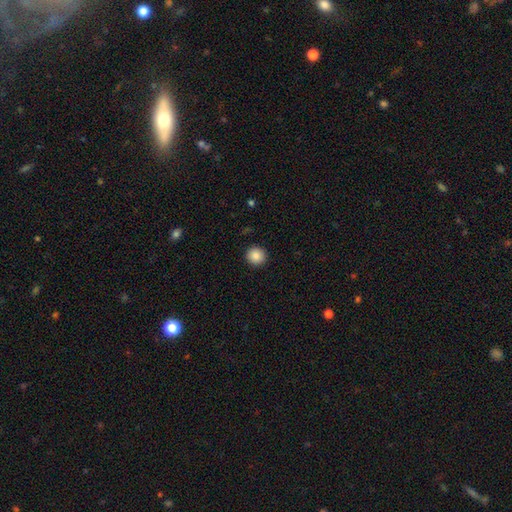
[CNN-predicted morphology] Smooth or featured: smooth — 87% (star or artifact — 9%)
How rounded: round — 93% (in between — 6%)
Merging: none — 92% (minor disturbance — 5%)